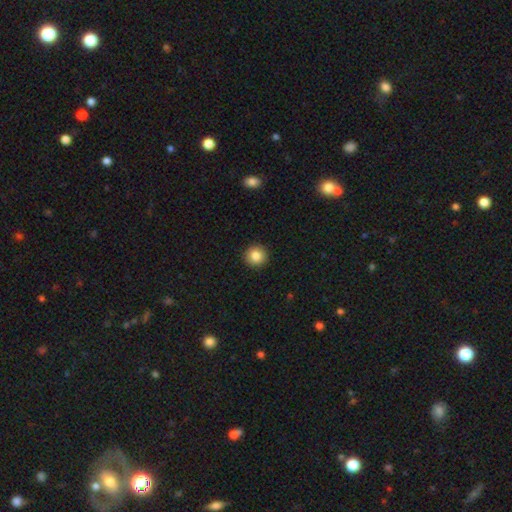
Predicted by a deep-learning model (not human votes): Smooth or featured? Predicted: smooth (p=0.85). How rounded? Predicted: round (p=0.95). Merging? Predicted: none (p=0.92).